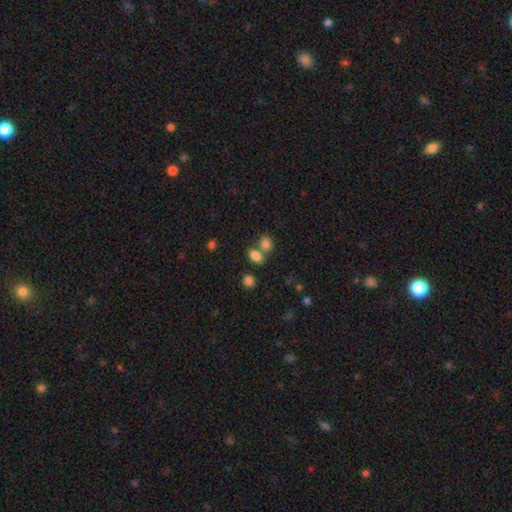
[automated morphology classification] Q: Smooth or featured?
A: smooth (82%); runner-up: star or artifact (11%)
Q: How rounded?
A: in between (82%); runner-up: round (15%)
Q: Merging?
A: none (48%); runner-up: merger (39%)